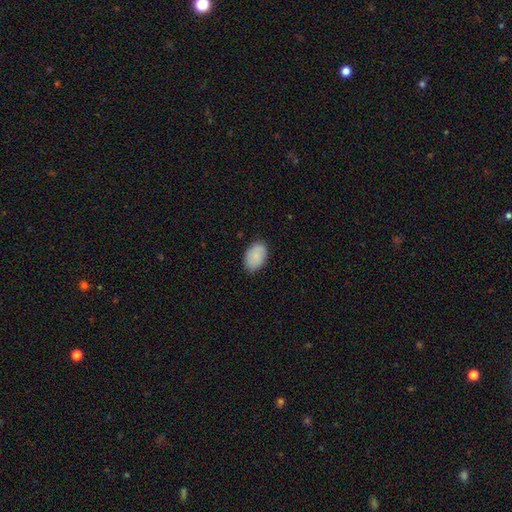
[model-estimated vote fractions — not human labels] Morphology: type=smooth (86%); roundness=in between (90%); merging=none (86%).